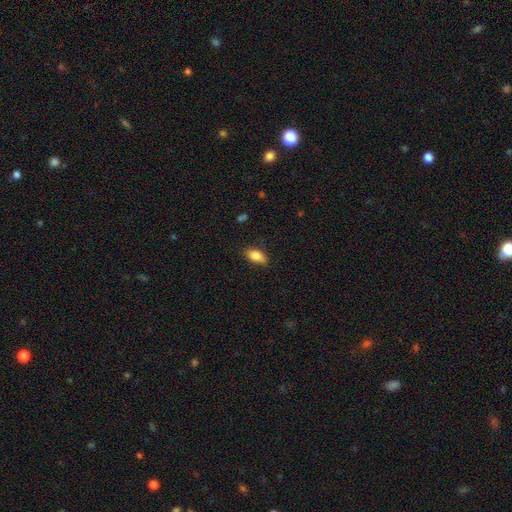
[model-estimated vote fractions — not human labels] The model was most divided on "merging": none: 81%, minor disturbance: 15%, major disturbance: 3%, merger: 1%. More confident: how rounded — in between (89%); smooth or featured — smooth (84%).